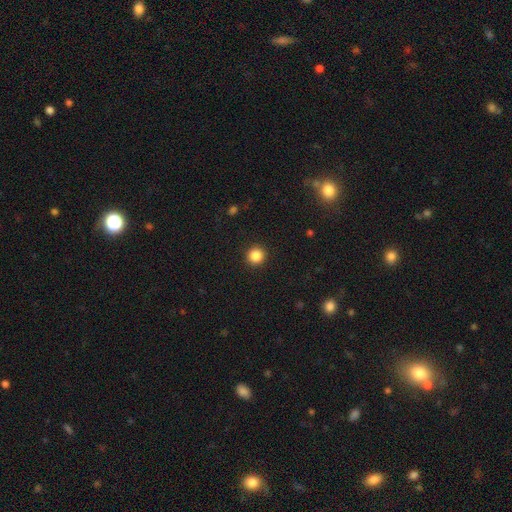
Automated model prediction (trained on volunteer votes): A smooth galaxy with no disk features (86%) that is round (94%).

Vote fractions:
- Smooth or featured? smooth: 86% / star or artifact: 11% / featured or disk: 3%
- How rounded? round: 94% / in between: 5% / cigar-shaped: 1%
- Merging? none: 93% / minor disturbance: 5% / major disturbance: 2% / merger: 1%